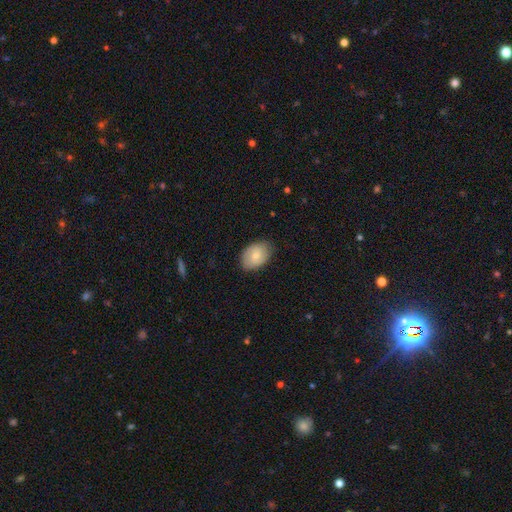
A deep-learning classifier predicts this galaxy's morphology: Smooth or featured? Predicted: smooth (p=0.66). How rounded? Predicted: in between (p=0.82). Merging? Predicted: none (p=0.79).